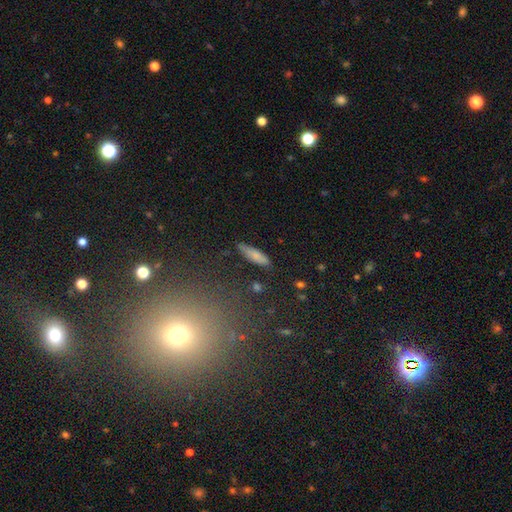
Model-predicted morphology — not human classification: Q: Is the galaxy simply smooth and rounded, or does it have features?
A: smooth — 78%.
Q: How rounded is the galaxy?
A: cigar-shaped — 66%.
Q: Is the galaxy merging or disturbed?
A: none — 79%.